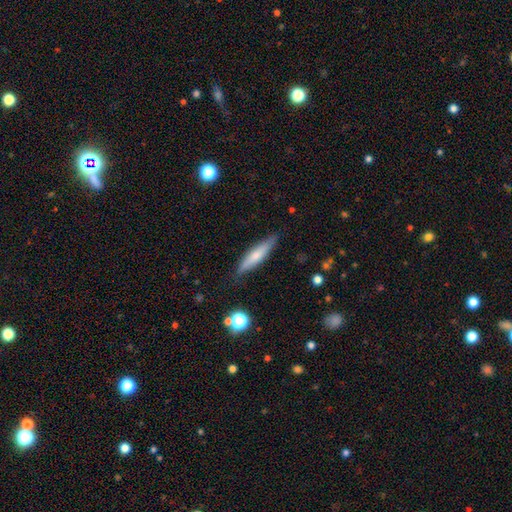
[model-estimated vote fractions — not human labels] Smooth or featured: smooth — 65% (featured or disk — 28%)
How rounded: cigar-shaped — 82% (in between — 17%)
Merging: none — 82% (minor disturbance — 14%)